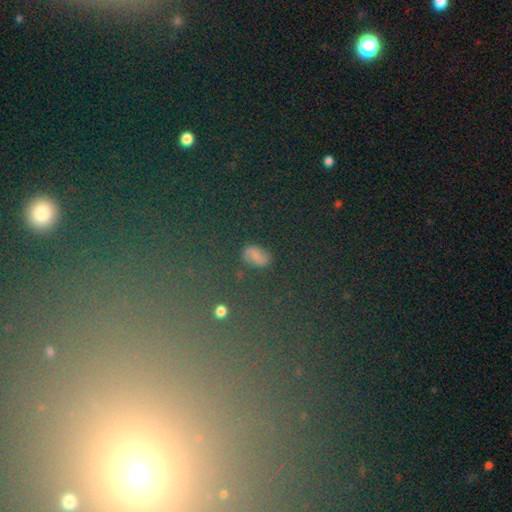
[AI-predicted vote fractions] This appears to be a smooth galaxy with no disk features (47%). Merging: none (73%).